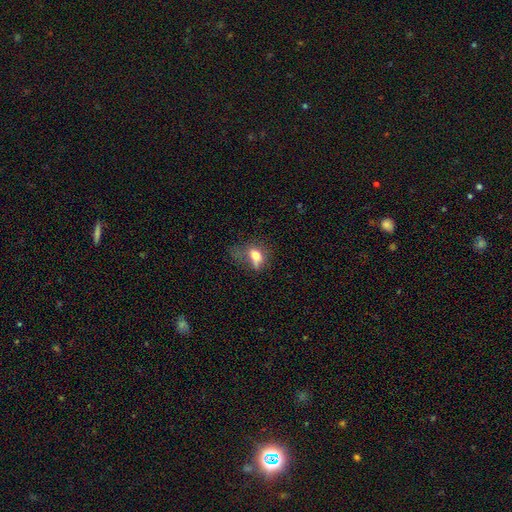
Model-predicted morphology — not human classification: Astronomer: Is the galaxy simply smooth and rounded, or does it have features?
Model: smooth — 67%.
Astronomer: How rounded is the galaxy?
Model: in between — 71%.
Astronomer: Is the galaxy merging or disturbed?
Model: major disturbance — 45% (runner-up: none, 25%).